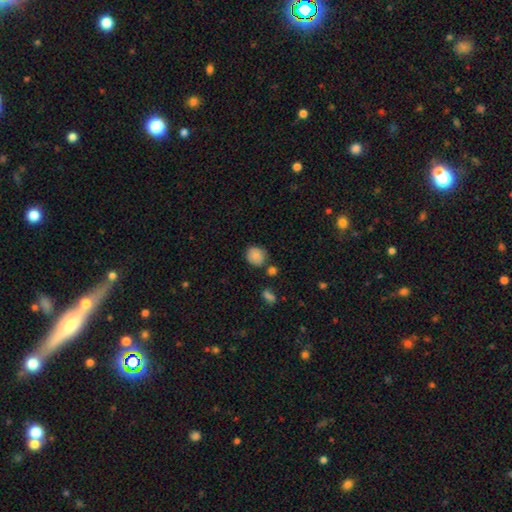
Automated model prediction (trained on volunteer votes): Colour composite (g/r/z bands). It shows a smooth galaxy with no disk features (86%) that is round (76%). Merging: none (72%).